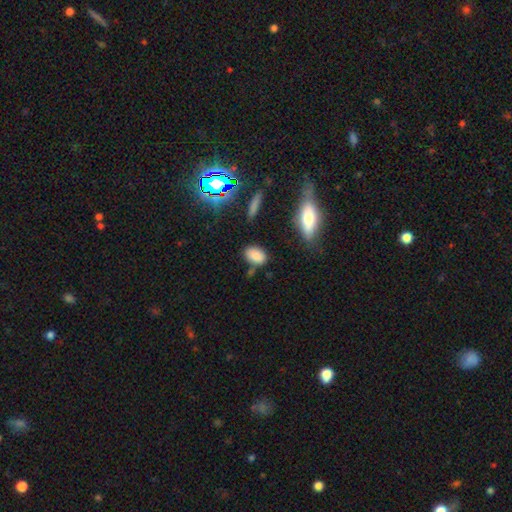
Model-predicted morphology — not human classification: The model was most divided on "merging": none: 74%, minor disturbance: 15%, merger: 7%, major disturbance: 4%. More confident: how rounded — in between (85%); smooth or featured — smooth (81%).